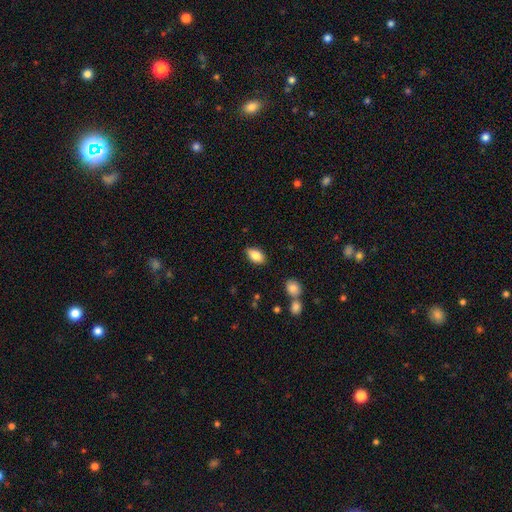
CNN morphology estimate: Smooth or featured? Predicted: smooth (p=0.83). How rounded? Predicted: in between (p=0.91). Merging? Predicted: none (p=0.84).